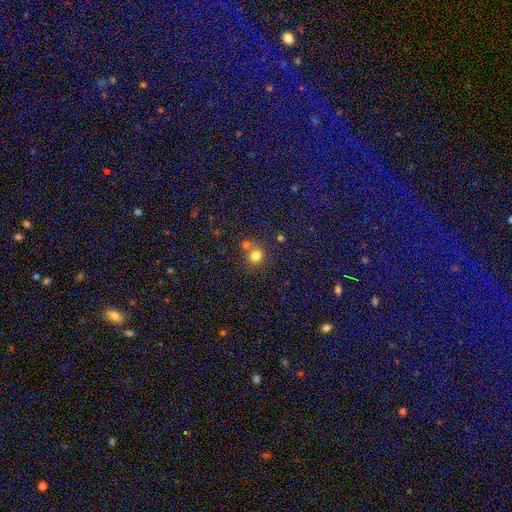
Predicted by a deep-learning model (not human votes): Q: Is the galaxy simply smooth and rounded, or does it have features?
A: smooth — 78%.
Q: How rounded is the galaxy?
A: round — 86%.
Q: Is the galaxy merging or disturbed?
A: none — 61%.